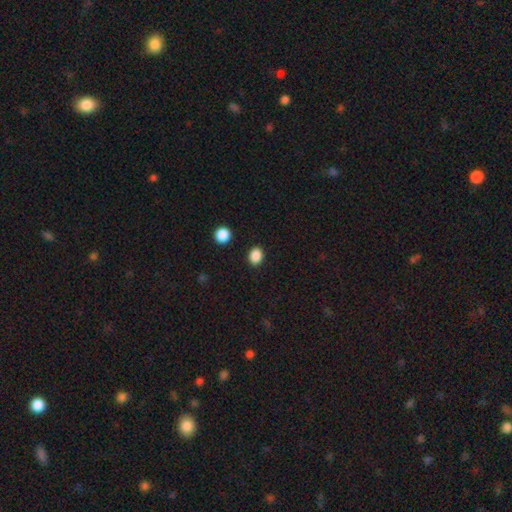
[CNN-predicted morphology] Smooth or featured?
  - smooth: 87% *
  - star or artifact: 10%
  - featured or disk: 3%
How rounded?
  - round: 51% *
  - in between: 48%
  - cigar-shaped: 1%
Merging?
  - none: 90% *
  - minor disturbance: 6%
  - major disturbance: 2%
  - merger: 2%